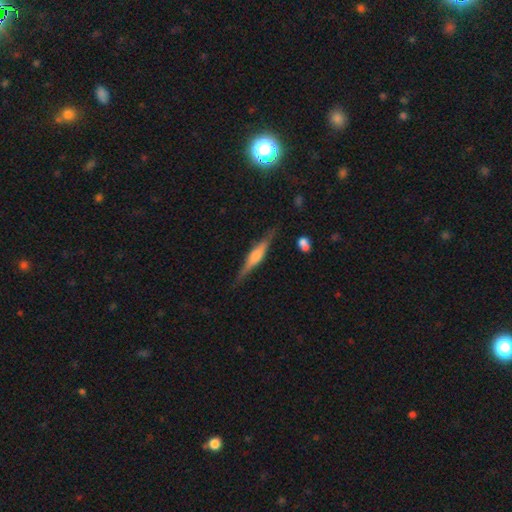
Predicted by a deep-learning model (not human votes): This is likely a featured or disk galaxy (70%). It is clearly viewed edge-on (97%). Edge-on bulge: likely rounded (75%). Merging: clearly none (86%).